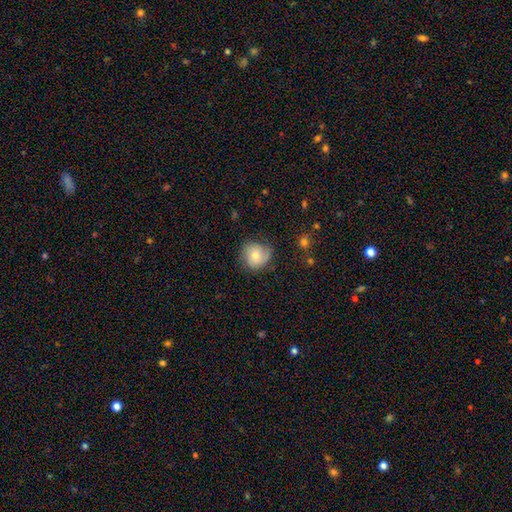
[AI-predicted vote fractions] Overall: smooth (64%; featured or disk 27%). How rounded: round (82%). Merging: none (63%; minor disturbance 27%).